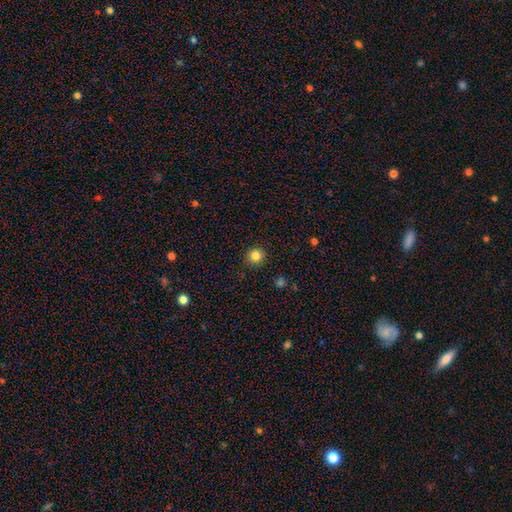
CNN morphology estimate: Smooth or featured? Predicted: smooth (p=0.83). How rounded? Predicted: round (p=0.94). Merging? Predicted: none (p=0.91).